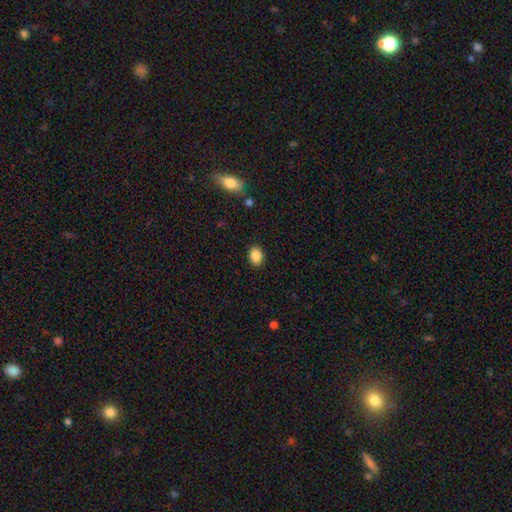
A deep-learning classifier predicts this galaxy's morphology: A smooth galaxy with no disk features (87%) that is in between round and cigar-shaped (64%). Merging: none (89%).